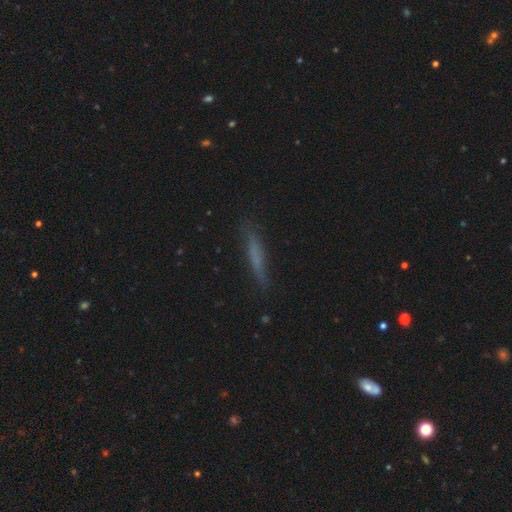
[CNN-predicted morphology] smooth-or-featured: smooth: 60% | featured or disk: 30% | star or artifact: 10%
  how-rounded: cigar-shaped: 92% | in between: 7% | round: 2%
  merging: none: 81% | minor disturbance: 14% | major disturbance: 3% | merger: 2%